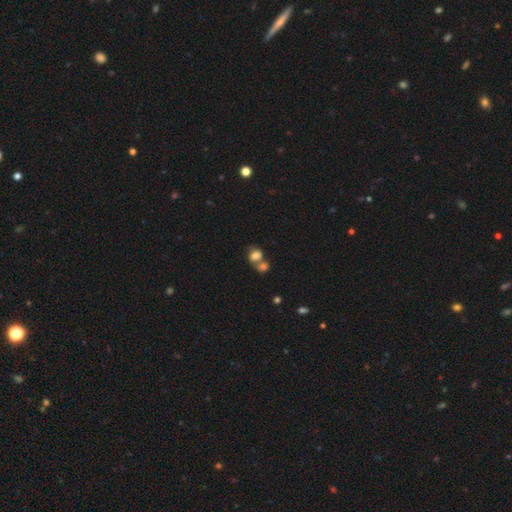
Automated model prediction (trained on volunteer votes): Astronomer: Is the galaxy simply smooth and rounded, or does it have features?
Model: smooth — 76%.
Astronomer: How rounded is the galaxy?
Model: in between — 52% (runner-up: round, 47%).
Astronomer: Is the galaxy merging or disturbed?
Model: merger — 60%.